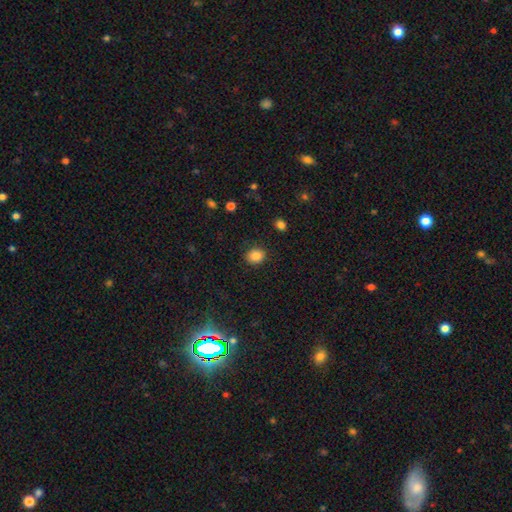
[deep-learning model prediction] Morphology: type=smooth (87%); roundness=round (61%); merging=none (85%).